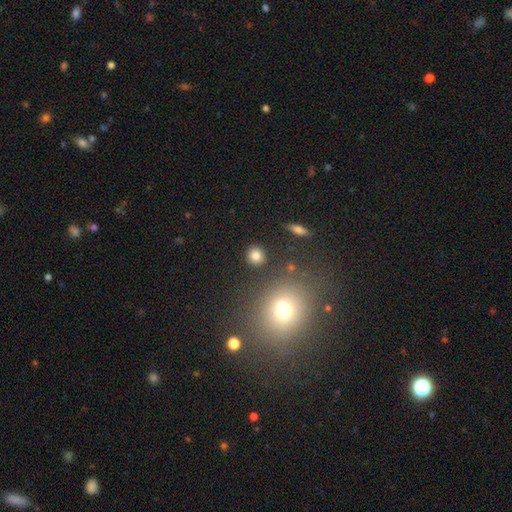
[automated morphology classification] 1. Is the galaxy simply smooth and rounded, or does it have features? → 81% smooth, 12% star or artifact, 7% featured or disk.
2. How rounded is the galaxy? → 87% round, 11% in between, 1% cigar-shaped.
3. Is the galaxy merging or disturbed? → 87% none, 7% minor disturbance, 4% merger, 3% major disturbance.